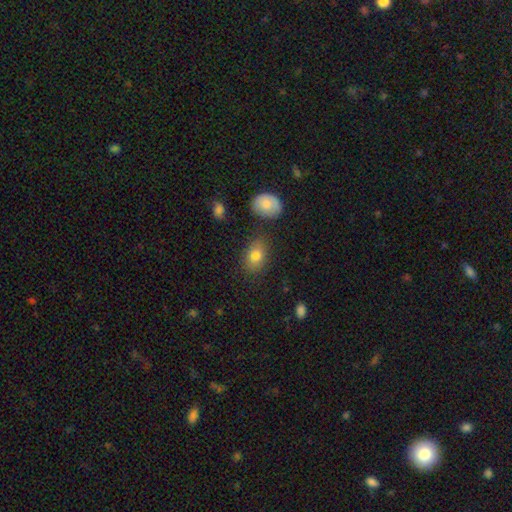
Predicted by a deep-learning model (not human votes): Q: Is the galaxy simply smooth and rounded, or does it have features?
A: smooth — 81%.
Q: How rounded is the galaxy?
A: in between — 78%.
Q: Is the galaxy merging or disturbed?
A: none — 77%.